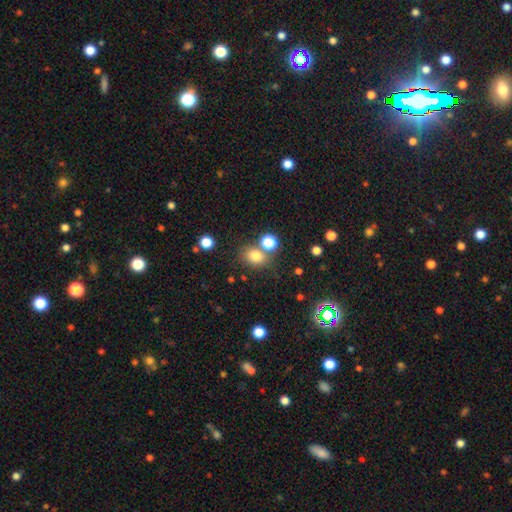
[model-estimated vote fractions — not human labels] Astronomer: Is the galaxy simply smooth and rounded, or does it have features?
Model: smooth — 77%.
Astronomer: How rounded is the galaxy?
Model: round — 53% (runner-up: in between, 46%).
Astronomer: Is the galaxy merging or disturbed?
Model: none — 67%.